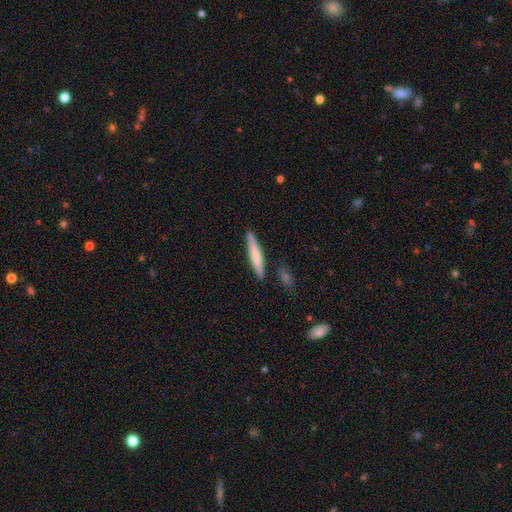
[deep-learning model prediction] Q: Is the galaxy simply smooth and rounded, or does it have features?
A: smooth — 64%.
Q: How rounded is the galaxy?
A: cigar-shaped — 93%.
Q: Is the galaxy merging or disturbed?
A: none — 87%.